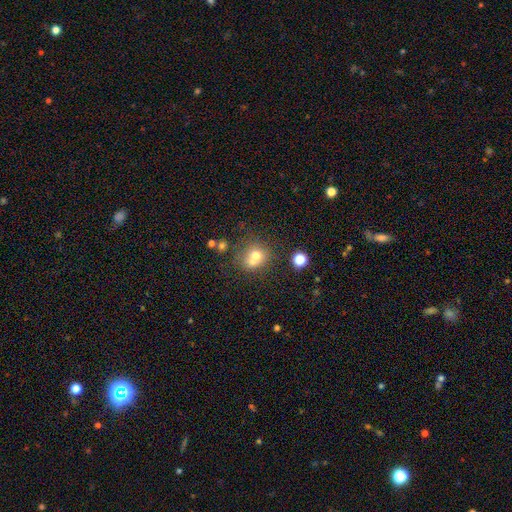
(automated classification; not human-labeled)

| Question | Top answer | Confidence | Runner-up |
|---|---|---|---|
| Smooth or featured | smooth | 69% | featured or disk (17%) |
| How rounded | round | 74% | in between (25%) |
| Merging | merger | 44% | none (39%) |